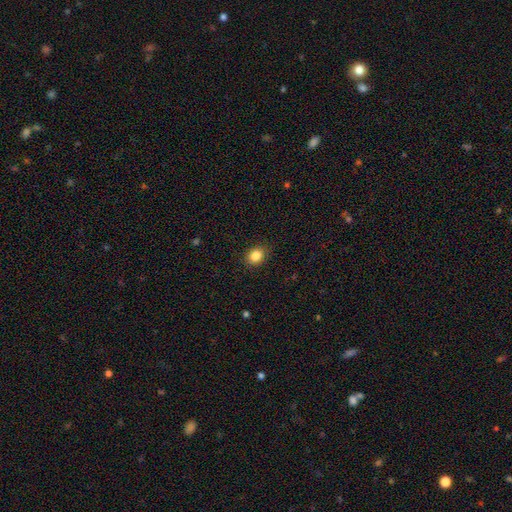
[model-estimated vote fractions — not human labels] smooth-or-featured: smooth: 86% | star or artifact: 10% | featured or disk: 4%
  how-rounded: round: 59% | in between: 40% | cigar-shaped: 1%
  merging: none: 88% | minor disturbance: 9% | major disturbance: 2% | merger: 1%